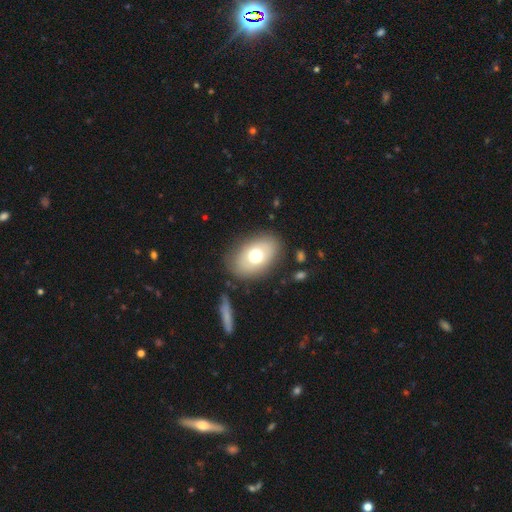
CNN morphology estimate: The model was most divided on "smooth or featured": smooth: 69%, featured or disk: 23%, star or artifact: 8%. More confident: how rounded — in between (84%); merging — none (82%).